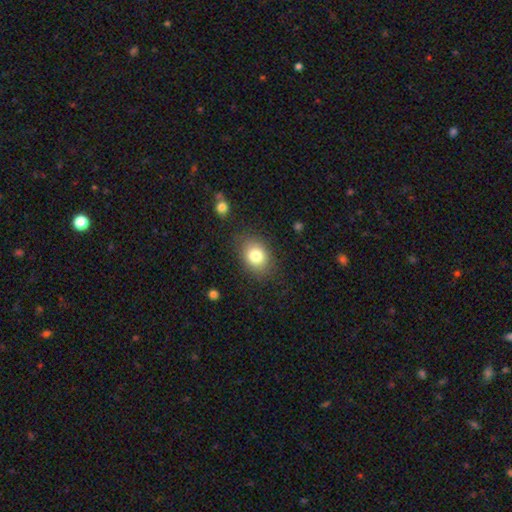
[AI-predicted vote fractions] This appears to be a smooth galaxy with no disk features (80%) that is in between round and cigar-shaped (64%). Merging: none (80%).